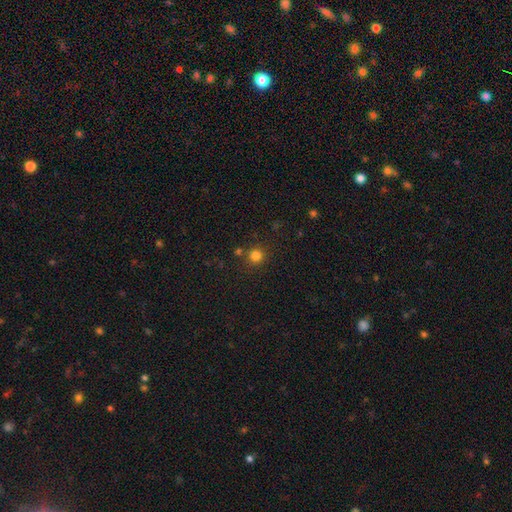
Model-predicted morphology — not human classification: smooth-or-featured: smooth: 80% | star or artifact: 15% | featured or disk: 5%
  how-rounded: round: 93% | in between: 6% | cigar-shaped: 1%
  merging: none: 82% | merger: 8% | minor disturbance: 7% | major disturbance: 3%